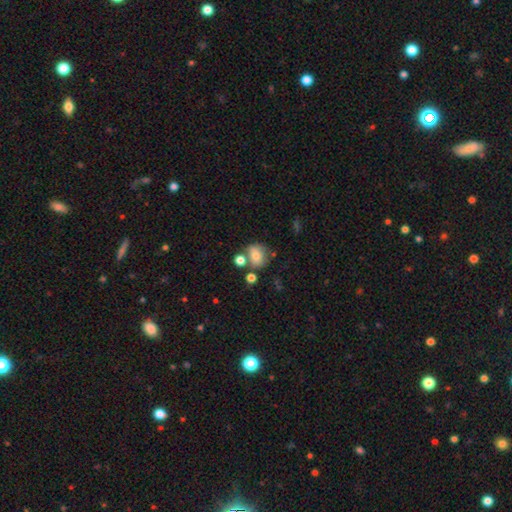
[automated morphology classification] smooth_or_featured: smooth (p=0.74) [alt: featured or disk p=0.15]
how_rounded: round (p=0.63) [alt: in between p=0.36]
merging: none (p=0.55) [alt: merger p=0.23]